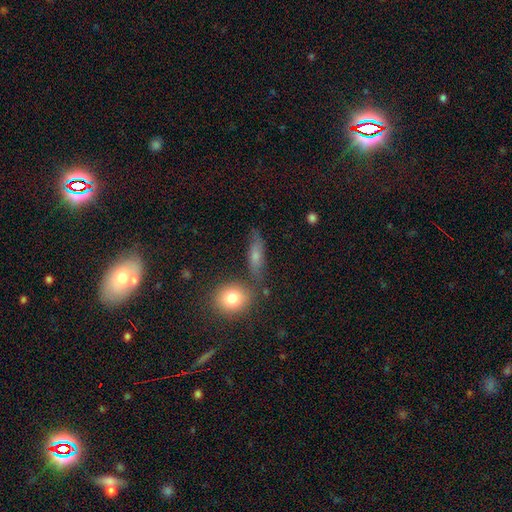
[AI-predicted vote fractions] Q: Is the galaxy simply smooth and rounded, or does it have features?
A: smooth — 64%.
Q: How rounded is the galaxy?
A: in between — 45%.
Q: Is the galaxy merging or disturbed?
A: none — 68%.